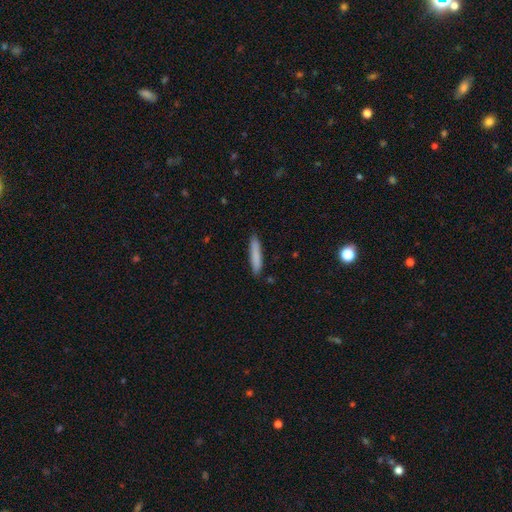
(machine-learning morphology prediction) This is clearly a smooth galaxy (83%). How rounded: clearly cigar-shaped (91%). Merging: clearly none (87%).